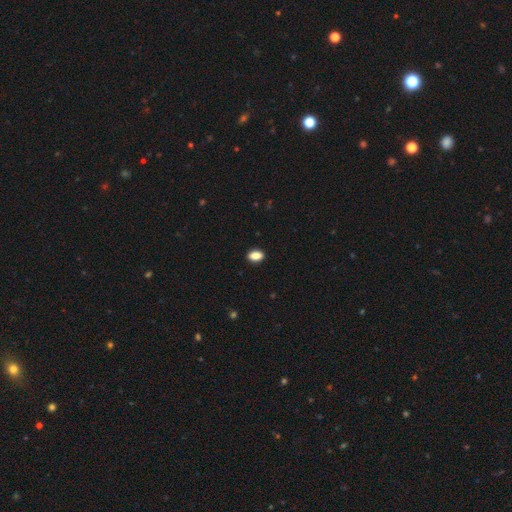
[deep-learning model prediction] smooth 88%, star or artifact 8%, featured or disk 4%. Down the decision tree: how rounded — in between (87%); merging — none (90%).